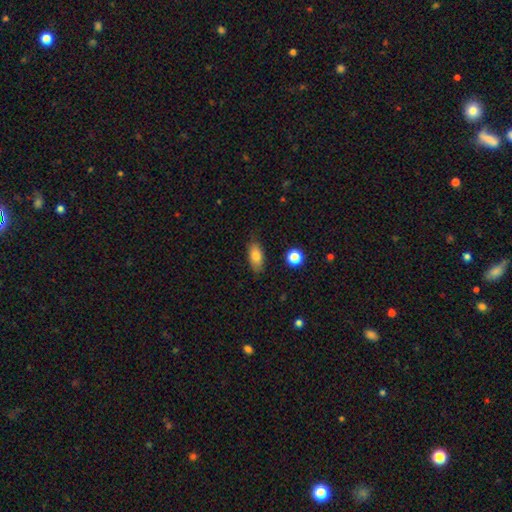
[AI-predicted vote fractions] Smooth or featured: smooth — 81% (featured or disk — 11%)
How rounded: in between — 86% (cigar-shaped — 9%)
Merging: none — 82% (minor disturbance — 13%)